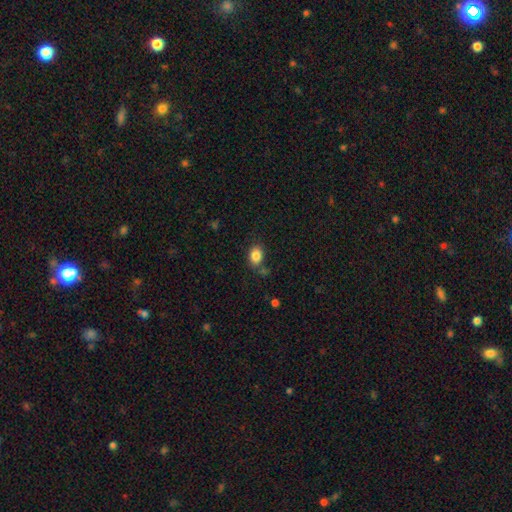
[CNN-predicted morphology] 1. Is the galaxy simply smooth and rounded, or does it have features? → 85% smooth, 9% star or artifact, 6% featured or disk.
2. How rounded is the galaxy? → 66% in between, 33% round, 1% cigar-shaped.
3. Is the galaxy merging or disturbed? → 72% none, 16% minor disturbance, 8% merger, 5% major disturbance.